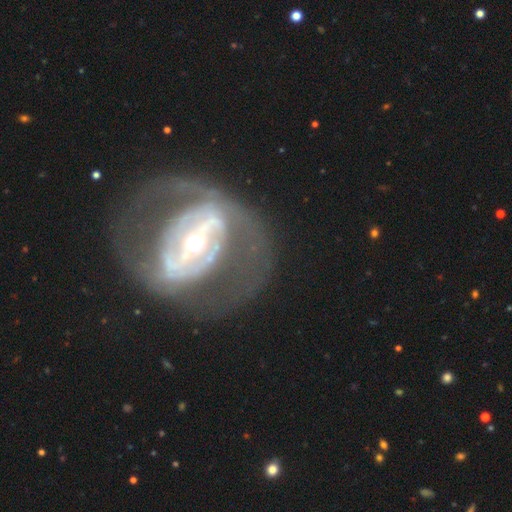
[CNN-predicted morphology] type=featured or disk (81%); edge-on=no (92%); bar=strong (56%); spiral arms=yes (53%); bulge=small (51%); merging=none (63%).